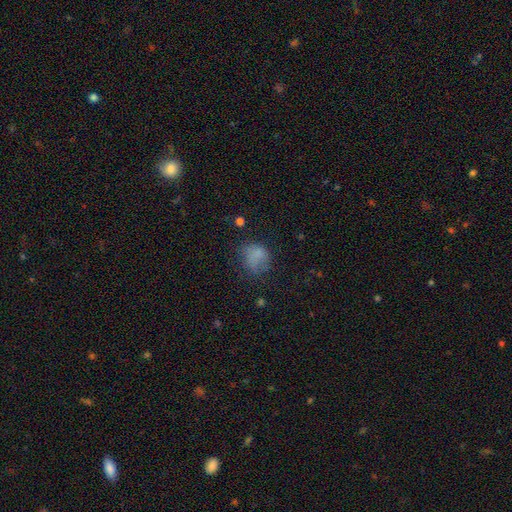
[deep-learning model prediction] smooth-or-featured: smooth: 73% | star or artifact: 14% | featured or disk: 13%
  how-rounded: round: 63% | in between: 36% | cigar-shaped: 1%
  merging: none: 49% | minor disturbance: 27% | major disturbance: 21% | merger: 3%